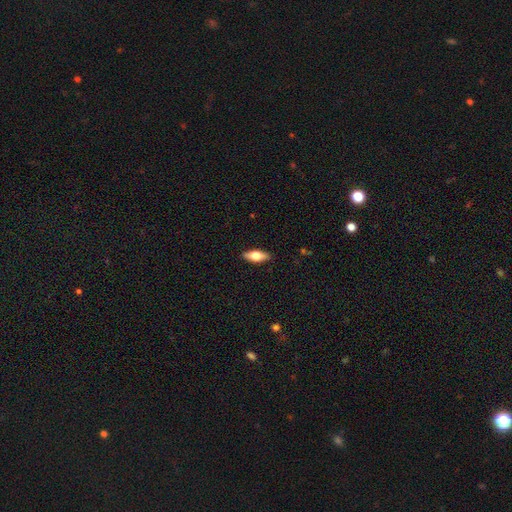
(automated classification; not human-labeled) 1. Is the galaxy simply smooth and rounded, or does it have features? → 57% smooth, 37% featured or disk, 6% star or artifact.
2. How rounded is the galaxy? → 69% in between, 27% cigar-shaped, 3% round.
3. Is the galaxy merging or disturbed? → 89% none, 8% minor disturbance, 2% major disturbance, 1% merger.